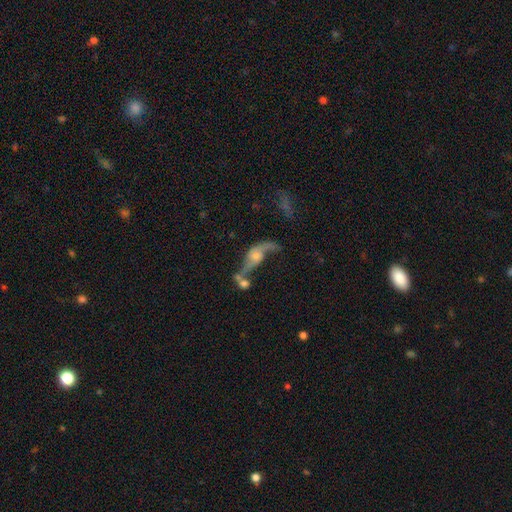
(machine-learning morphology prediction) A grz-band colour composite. It shows a featured or disk galaxy (70%) with no bar (70%), spiral arms (74%) and a moderate central bulge (44%). Merging: merger (38%).